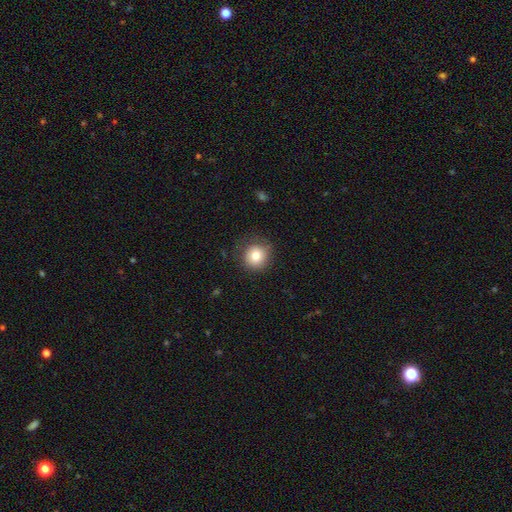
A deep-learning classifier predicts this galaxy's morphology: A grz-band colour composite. It shows a smooth galaxy with no disk features (78%) that is round (92%). Merging: none (79%).